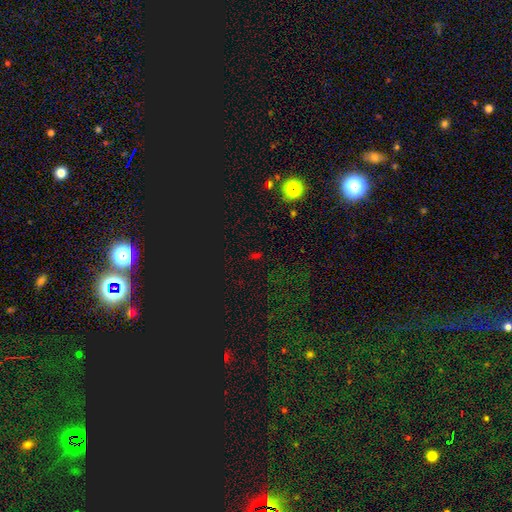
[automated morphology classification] The model was most divided on "smooth or featured": star or artifact: 65%, smooth: 27%, featured or disk: 7%.